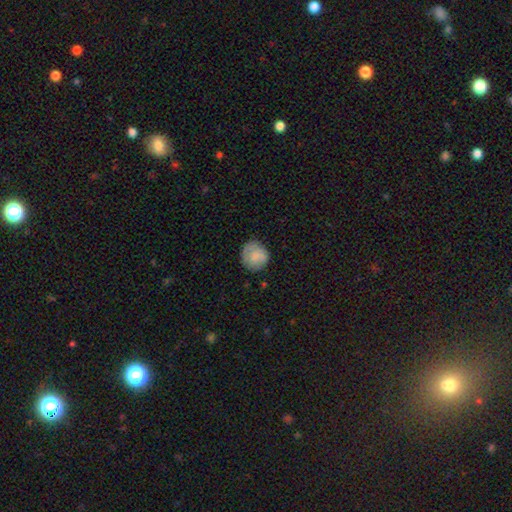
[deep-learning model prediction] This appears to be a smooth galaxy with no disk features (79%) that is round (86%). Merging: none (74%).